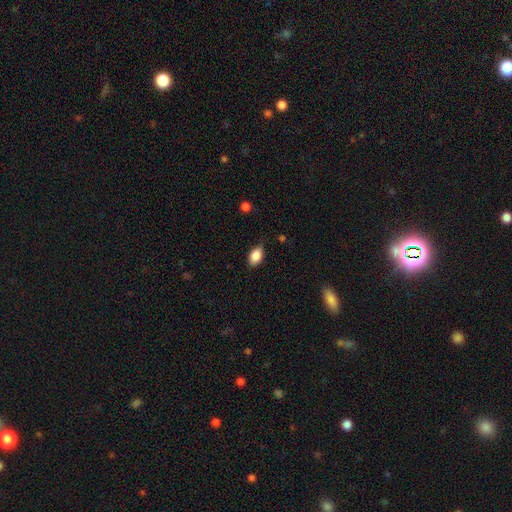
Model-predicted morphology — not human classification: Overall: smooth (87%). How rounded: in between (89%). Merging: none (79%).